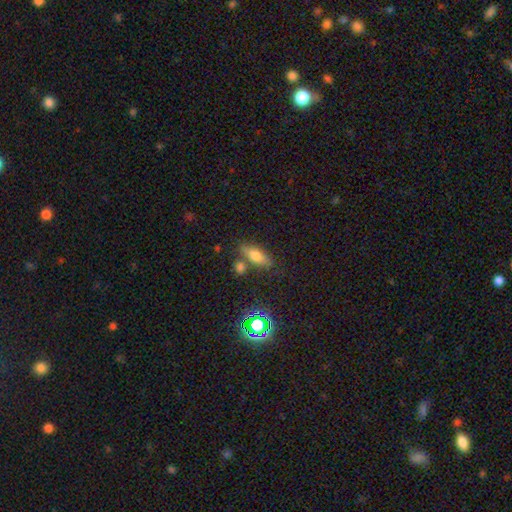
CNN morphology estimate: Smooth or featured? Predicted: smooth (p=0.66). How rounded? Predicted: in between (p=0.65). Merging? Predicted: none (p=0.69).